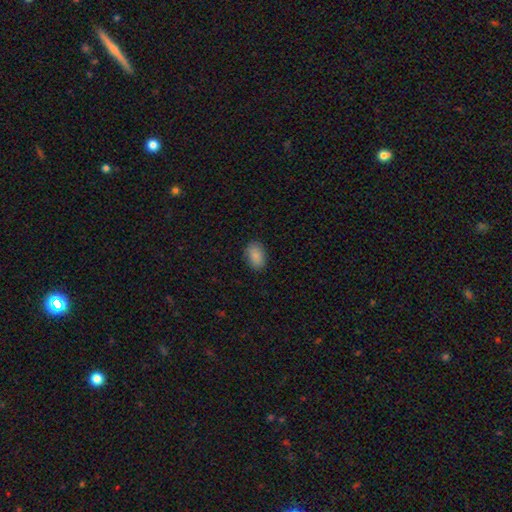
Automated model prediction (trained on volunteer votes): Smooth or featured?
  - smooth: 87% *
  - star or artifact: 7%
  - featured or disk: 5%
How rounded?
  - in between: 87% *
  - round: 11%
  - cigar-shaped: 1%
Merging?
  - none: 86% *
  - minor disturbance: 11%
  - major disturbance: 2%
  - merger: 1%